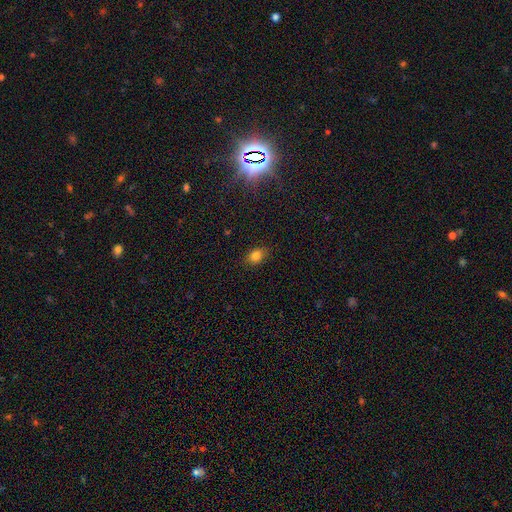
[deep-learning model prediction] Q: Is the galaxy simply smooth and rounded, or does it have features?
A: smooth — 82%.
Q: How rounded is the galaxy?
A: in between — 66%.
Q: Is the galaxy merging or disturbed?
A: none — 84%.